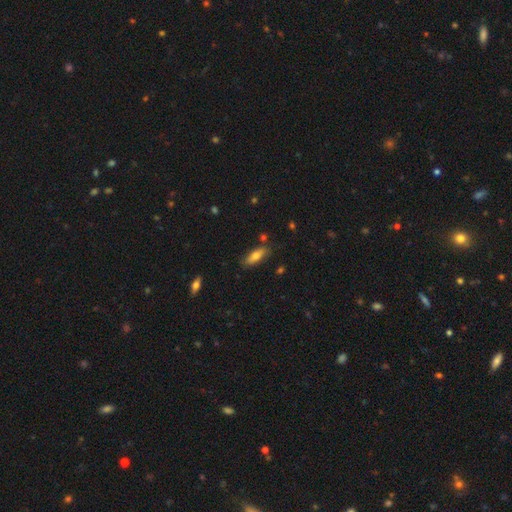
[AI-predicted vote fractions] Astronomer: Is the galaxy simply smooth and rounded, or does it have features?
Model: smooth — 72%.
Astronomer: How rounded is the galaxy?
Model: in between — 62%.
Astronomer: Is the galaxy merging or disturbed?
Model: none — 79%.